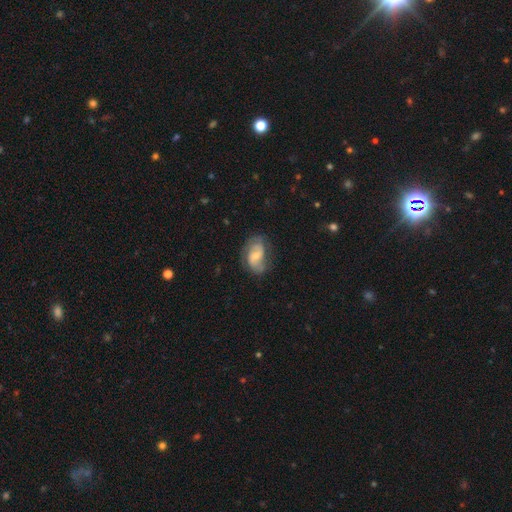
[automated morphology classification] Overall: featured or disk (64%; smooth 29%). Edge-on disk: no (97%). Bar: no (48%; weak 41%). Spiral arms: yes (86%). Spiral arm count: 2 (73%). Spiral winding: medium (46%; tight 28%). Bulge size: small (53%; moderate 38%). Merging: none (61%; minor disturbance 24%).